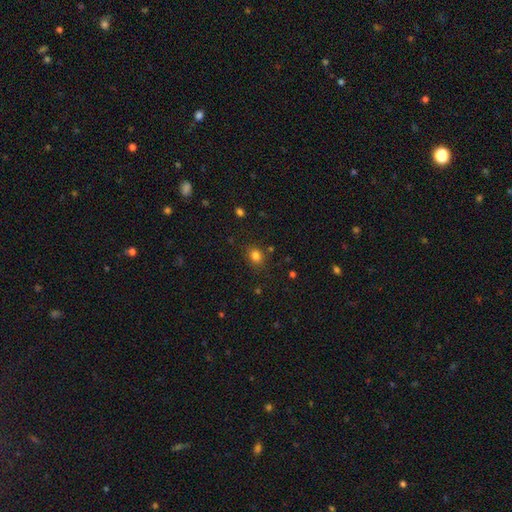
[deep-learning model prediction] Morphology: type=smooth (81%); roundness=round (64%); merging=none (82%).